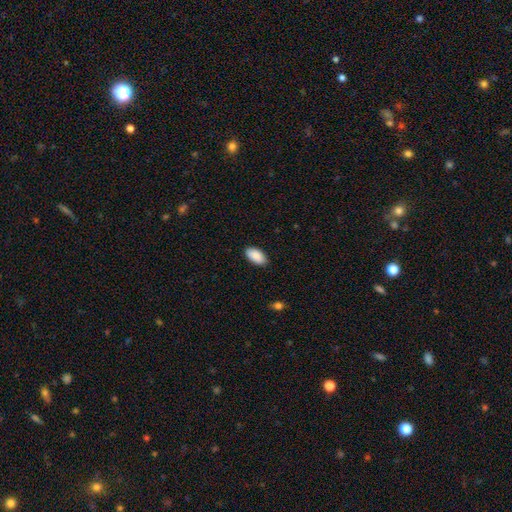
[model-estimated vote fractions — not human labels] Smooth or featured: smooth — 89% (star or artifact — 6%)
How rounded: in between — 95% (cigar-shaped — 2%)
Merging: none — 88% (minor disturbance — 9%)